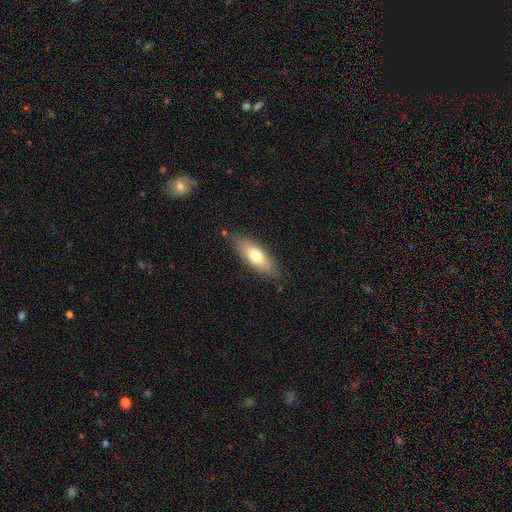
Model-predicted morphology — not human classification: Smooth or featured? Predicted: smooth (p=0.71). How rounded? Predicted: in between (p=0.64). Merging? Predicted: none (p=0.82).